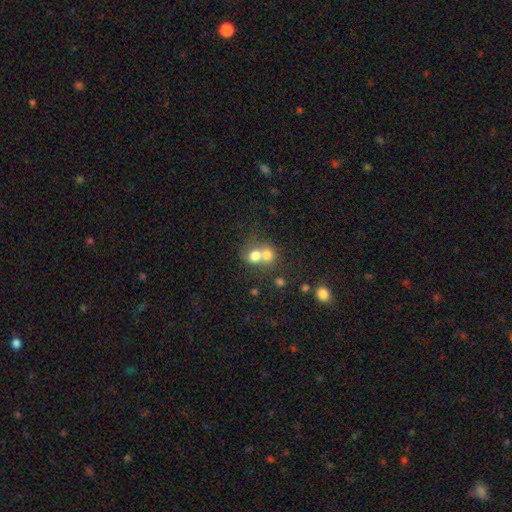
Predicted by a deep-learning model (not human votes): smooth-or-featured: smooth: 72% | featured or disk: 18% | star or artifact: 11%
  how-rounded: round: 68% | in between: 31% | cigar-shaped: 1%
  merging: merger: 69% | none: 22% | minor disturbance: 5% | major disturbance: 4%